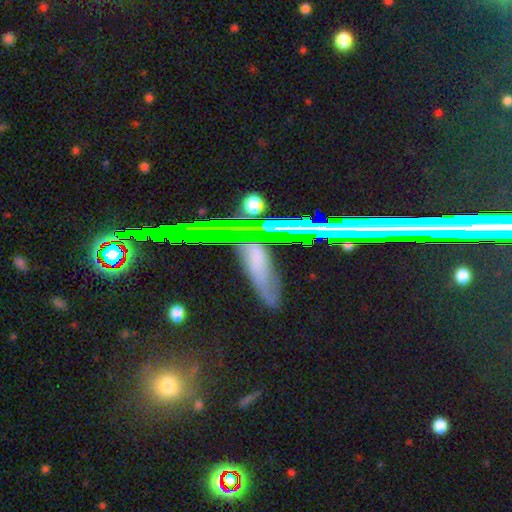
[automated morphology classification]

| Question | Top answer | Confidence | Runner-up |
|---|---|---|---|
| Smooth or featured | star or artifact | 43% | featured or disk (33%) |